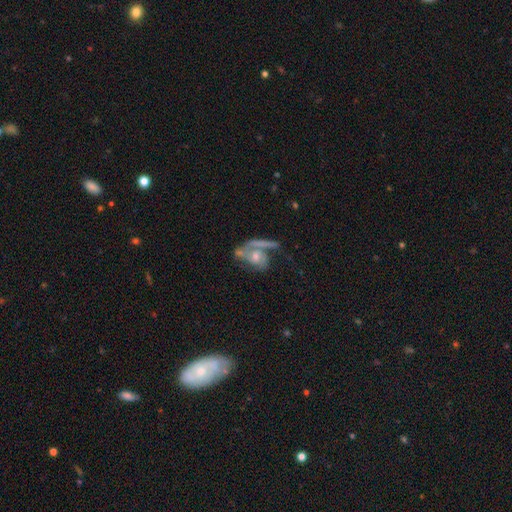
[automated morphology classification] type=featured or disk (68%); edge-on=no (94%); bar=no (68%); spiral arms=yes (71%); bulge=moderate (42%, tied with small); merging=none (35%).